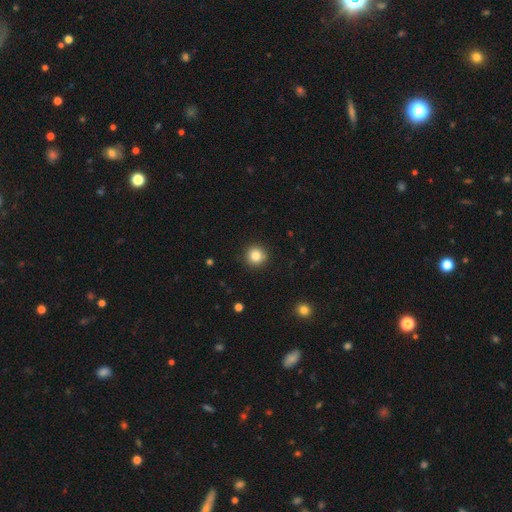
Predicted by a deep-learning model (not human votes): Smooth or featured?
  - smooth: 84% *
  - star or artifact: 10%
  - featured or disk: 6%
How rounded?
  - round: 94% *
  - in between: 5%
  - cigar-shaped: 1%
Merging?
  - none: 91% *
  - minor disturbance: 6%
  - major disturbance: 2%
  - merger: 1%